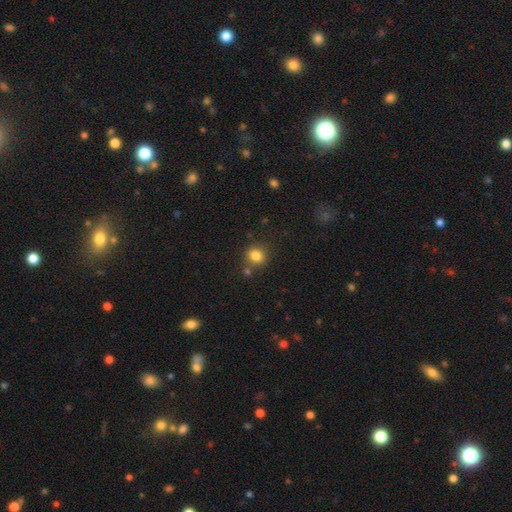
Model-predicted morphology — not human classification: Q: Smooth or featured?
A: smooth (83%); runner-up: star or artifact (12%)
Q: How rounded?
A: round (78%); runner-up: in between (21%)
Q: Merging?
A: none (76%); runner-up: minor disturbance (11%)